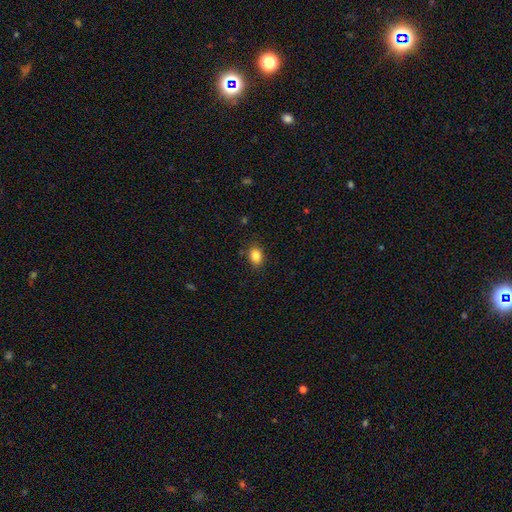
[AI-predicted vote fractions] A smooth galaxy with no disk features (85%) that is in between round and cigar-shaped (66%). Merging: none (85%).